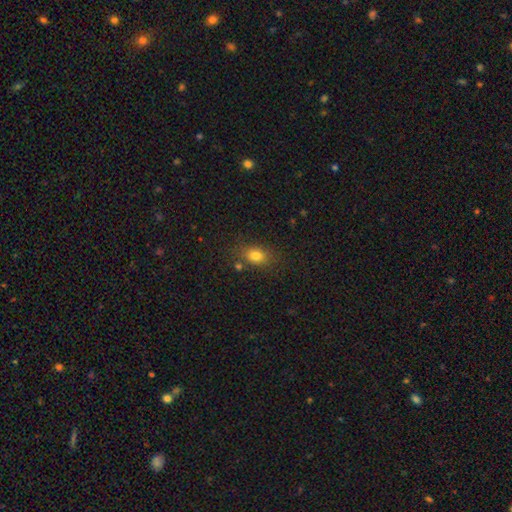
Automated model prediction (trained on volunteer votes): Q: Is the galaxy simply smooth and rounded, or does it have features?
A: smooth — 79%.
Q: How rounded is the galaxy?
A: in between — 64%.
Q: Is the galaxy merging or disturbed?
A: none — 75%.